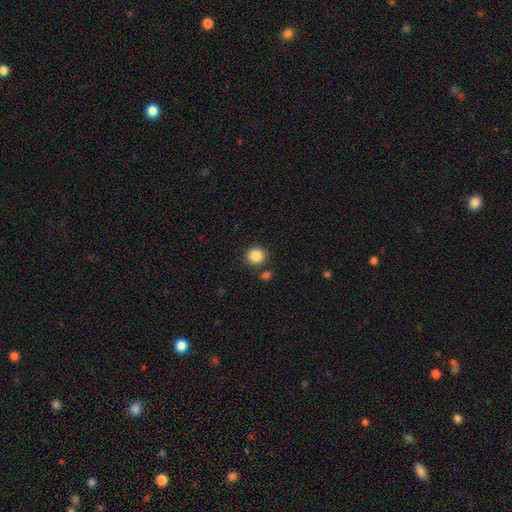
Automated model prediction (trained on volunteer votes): Smooth or featured? smooth (87%)
How rounded? round (85%)
Merging? none (82%)